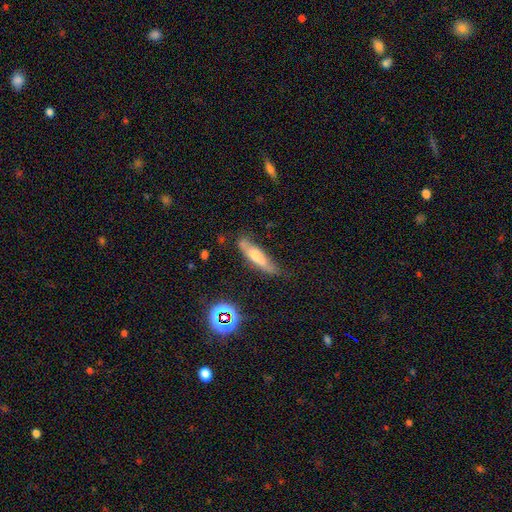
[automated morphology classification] Smooth or featured? smooth (52%)
How rounded? cigar-shaped (71%)
Merging? none (62%)